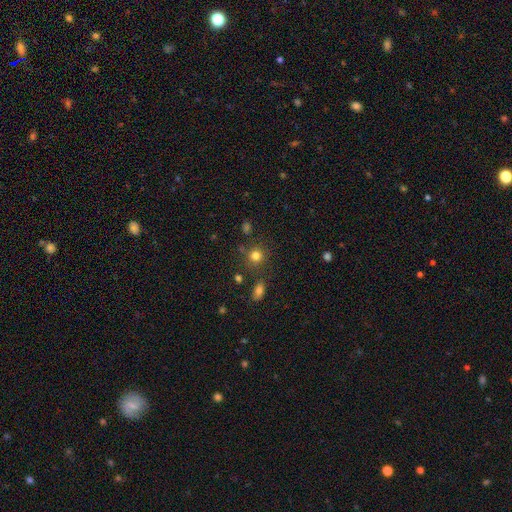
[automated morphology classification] This is likely a smooth galaxy (79%). How rounded: clearly round (88%). Merging: clearly none (81%).